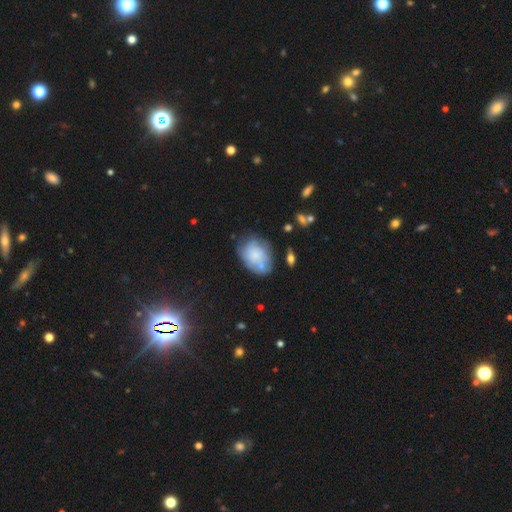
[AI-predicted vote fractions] smooth 63%, featured or disk 29%, star or artifact 8%. Down the decision tree: how rounded — in between (67%); merging — none (44%).